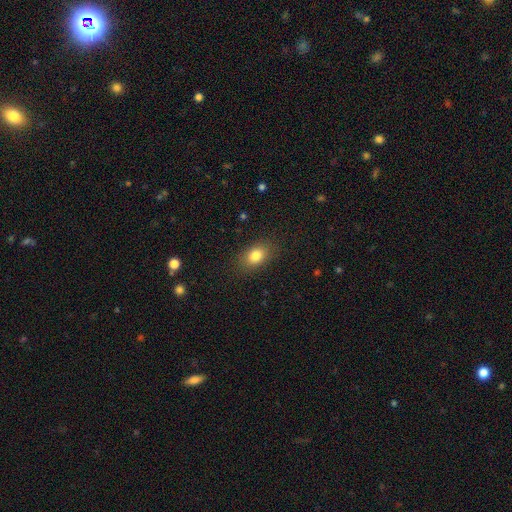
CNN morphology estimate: Smooth or featured? Predicted: smooth (p=0.82). How rounded? Predicted: in between (p=0.80). Merging? Predicted: none (p=0.85).